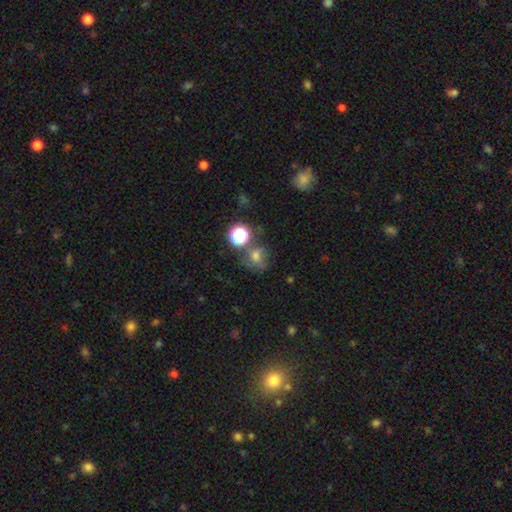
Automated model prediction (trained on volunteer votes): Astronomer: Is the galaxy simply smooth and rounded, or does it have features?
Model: smooth — 62%.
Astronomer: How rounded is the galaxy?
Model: round — 74%.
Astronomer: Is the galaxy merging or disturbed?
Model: none — 57%.